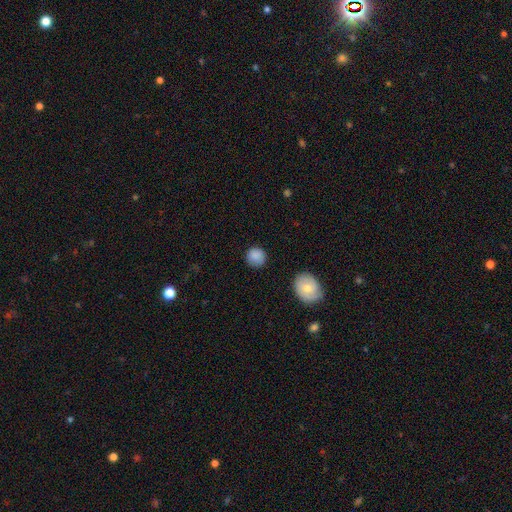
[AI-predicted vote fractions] smooth 86%, star or artifact 8%, featured or disk 6%. Down the decision tree: how rounded — round (91%); merging — none (86%).